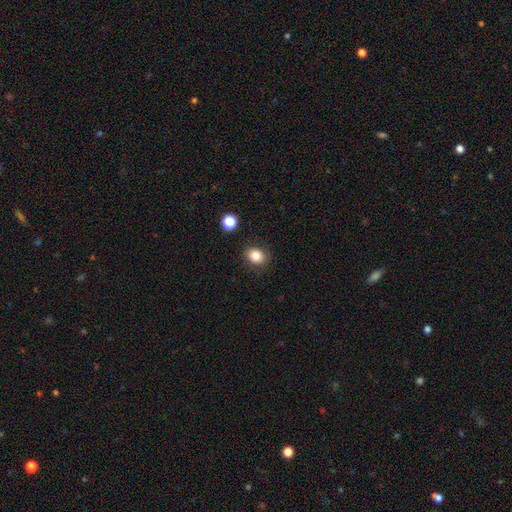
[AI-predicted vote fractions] Smooth or featured?
  - smooth: 82% *
  - star or artifact: 11%
  - featured or disk: 7%
How rounded?
  - round: 55% *
  - in between: 44%
  - cigar-shaped: 1%
Merging?
  - none: 82% *
  - minor disturbance: 12%
  - major disturbance: 4%
  - merger: 2%